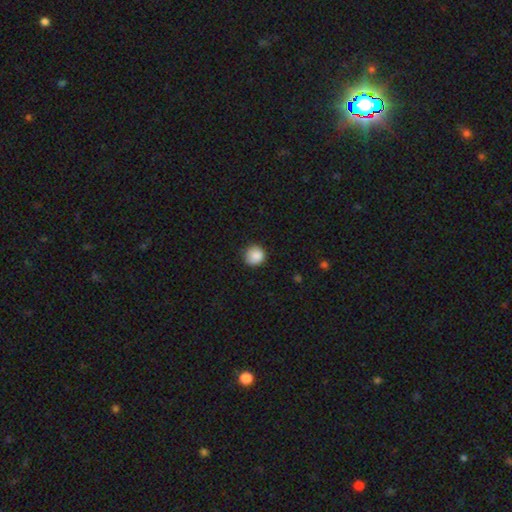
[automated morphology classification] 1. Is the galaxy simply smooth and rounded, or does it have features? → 87% smooth, 9% star or artifact, 4% featured or disk.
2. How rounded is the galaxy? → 91% round, 8% in between, 1% cigar-shaped.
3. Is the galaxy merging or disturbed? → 83% none, 13% minor disturbance, 3% major disturbance, 1% merger.